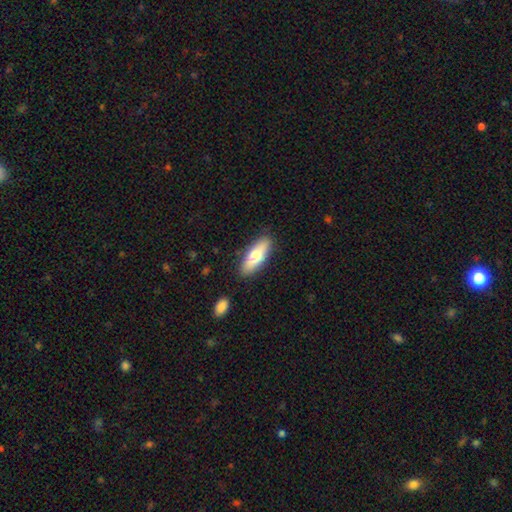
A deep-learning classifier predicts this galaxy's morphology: smooth_or_featured: smooth (p=0.66) [alt: featured or disk p=0.28]
how_rounded: in between (p=0.63) [alt: cigar-shaped p=0.34]
merging: none (p=0.86) [alt: minor disturbance p=0.10]